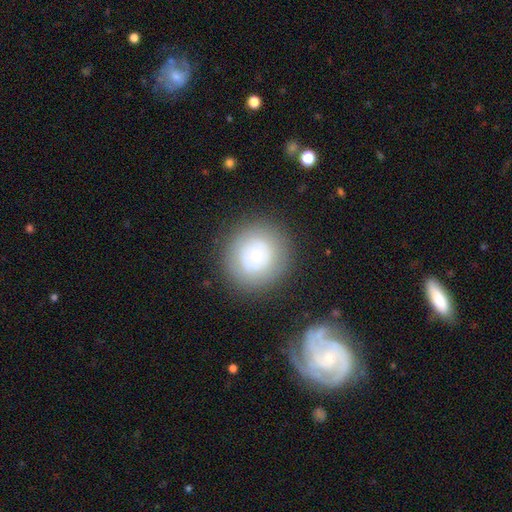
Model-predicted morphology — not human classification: type=smooth (63%); roundness=round (92%); merging=none (84%).